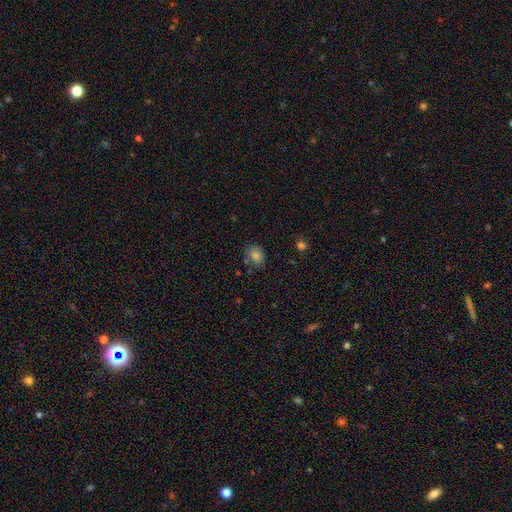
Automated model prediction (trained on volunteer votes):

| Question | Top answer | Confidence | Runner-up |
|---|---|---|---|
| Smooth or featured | smooth | 79% | star or artifact (13%) |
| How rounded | round | 53% | in between (46%) |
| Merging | none | 77% | minor disturbance (15%) |